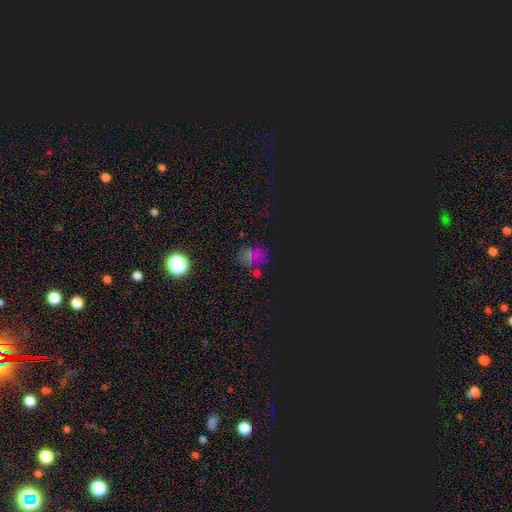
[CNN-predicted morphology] This appears to be a star or artifact, not a galaxy (52%).